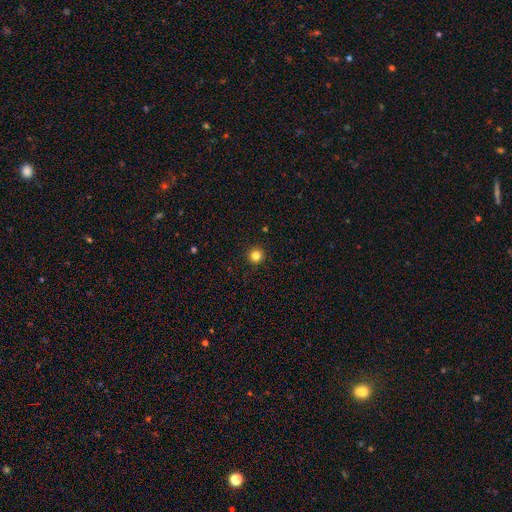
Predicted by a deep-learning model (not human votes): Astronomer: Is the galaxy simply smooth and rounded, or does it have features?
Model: smooth — 82%.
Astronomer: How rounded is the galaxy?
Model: round — 96%.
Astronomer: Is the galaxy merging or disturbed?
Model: none — 93%.